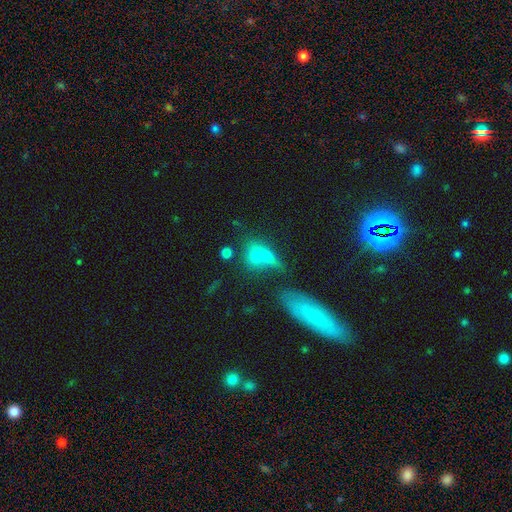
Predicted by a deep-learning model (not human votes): This appears to be a smooth galaxy with no disk features (64%) that is in between round and cigar-shaped (53%). Merging: merger (49%).